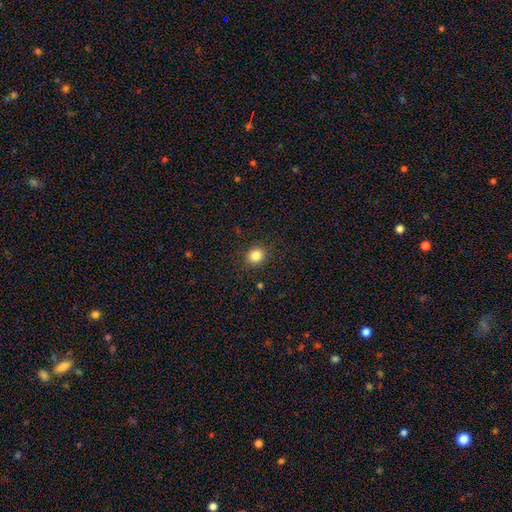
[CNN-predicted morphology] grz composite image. It shows a smooth galaxy with no disk features (84%) that is round (82%). Merging: none (89%).